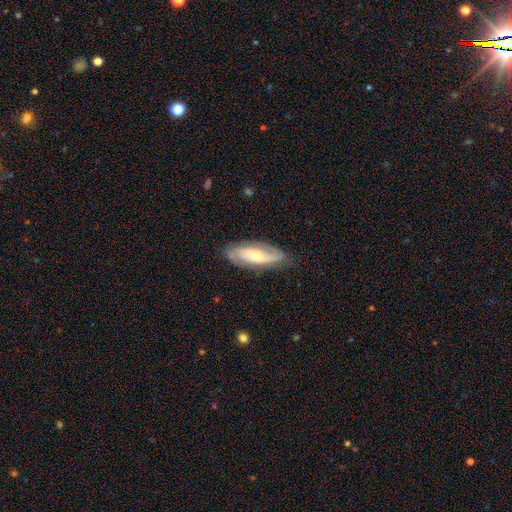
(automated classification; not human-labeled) smooth_or_featured: featured or disk (p=0.72) [alt: smooth p=0.22]
disk_edge_on: no (p=0.88) [alt: yes p=0.12]
bar: no (p=0.49) [alt: weak p=0.34]
has_spiral_arms: yes (p=0.91) [alt: no p=0.09]
spiral_winding: medium (p=0.43) [alt: tight p=0.38]
spiral_arm_count: 2 (p=0.78) [alt: can't tell p=0.13]
bulge_size: moderate (p=0.45) [tied with: small p=0.45]
merging: none (p=0.78) [alt: minor disturbance p=0.16]